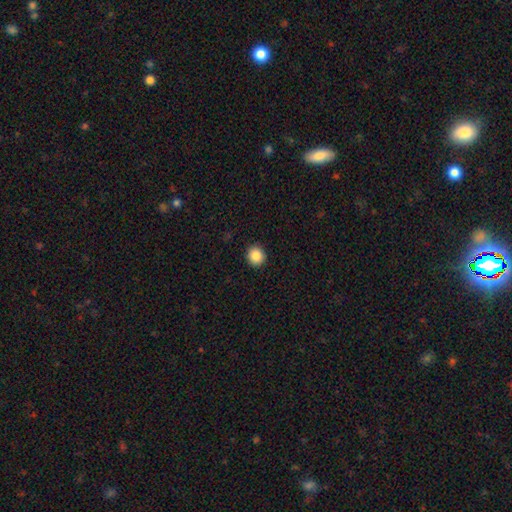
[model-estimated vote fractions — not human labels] Smooth or featured?
  - smooth: 87% *
  - star or artifact: 9%
  - featured or disk: 3%
How rounded?
  - round: 90% *
  - in between: 9%
  - cigar-shaped: 1%
Merging?
  - none: 92% *
  - minor disturbance: 5%
  - major disturbance: 2%
  - merger: 1%